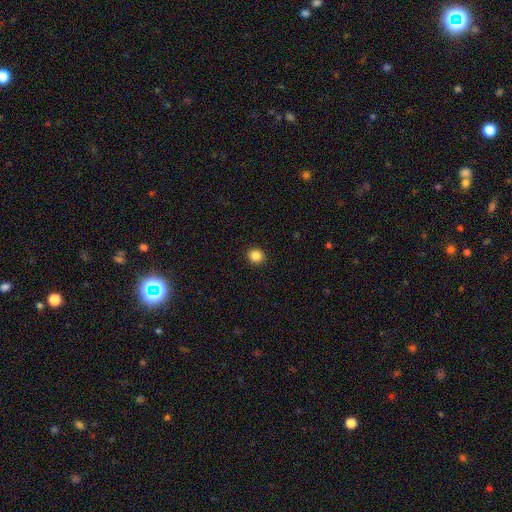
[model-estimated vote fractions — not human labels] A smooth galaxy with no disk features (86%) that is round (89%).

Vote fractions:
- Smooth or featured? smooth: 86% / star or artifact: 11% / featured or disk: 3%
- How rounded? round: 89% / in between: 10% / cigar-shaped: 1%
- Merging? none: 93% / minor disturbance: 5% / major disturbance: 2% / merger: 1%